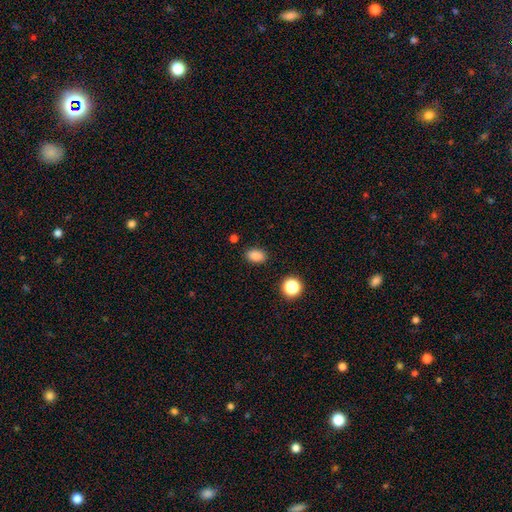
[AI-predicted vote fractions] This is clearly a smooth galaxy (86%). How rounded: clearly in between (83%). Merging: clearly none (87%).